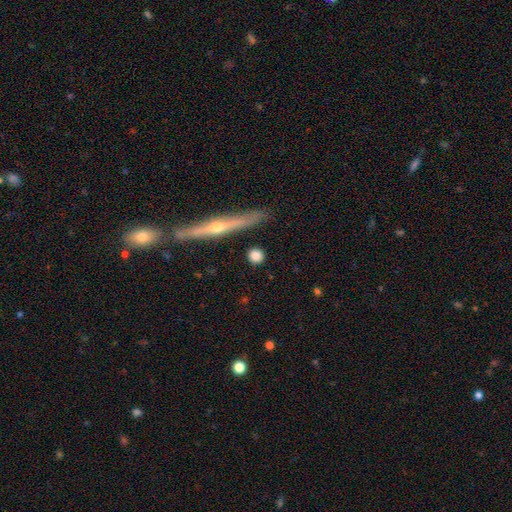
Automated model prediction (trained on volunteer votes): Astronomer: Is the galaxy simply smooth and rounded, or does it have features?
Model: smooth — 77%.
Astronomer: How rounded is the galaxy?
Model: round — 84%.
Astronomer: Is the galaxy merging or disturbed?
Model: none — 88%.